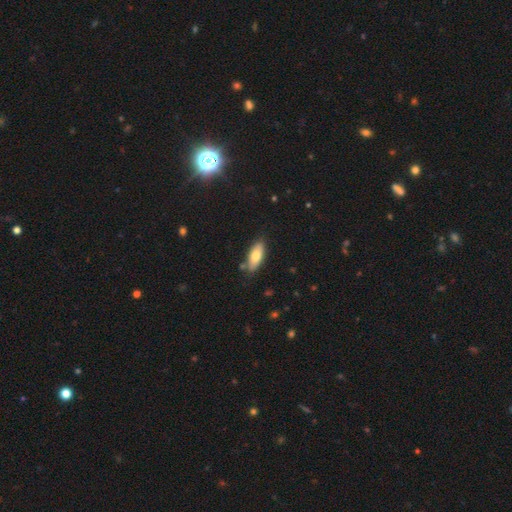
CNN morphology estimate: A smooth galaxy with no disk features (72%) that is in between round and cigar-shaped (77%).

Vote fractions:
- Smooth or featured? smooth: 72% / featured or disk: 21% / star or artifact: 6%
- How rounded? in between: 77% / cigar-shaped: 21% / round: 2%
- Merging? none: 79% / minor disturbance: 14% / merger: 4% / major disturbance: 3%